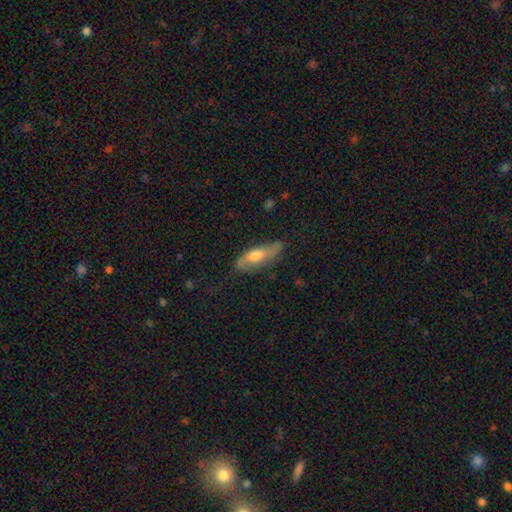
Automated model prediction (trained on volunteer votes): Morphology: type=smooth (53%); roundness=in between (53%); merging=none (69%).